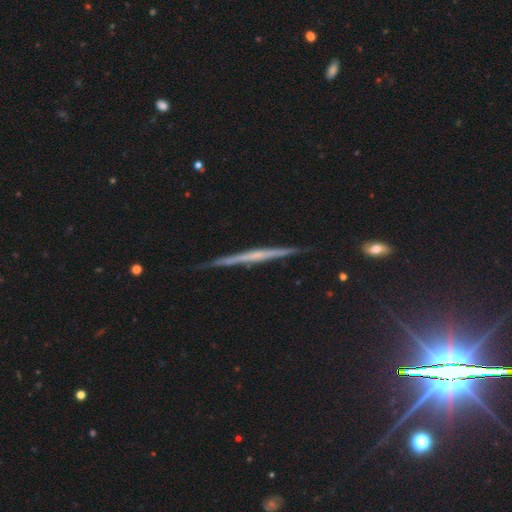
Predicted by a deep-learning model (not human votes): This appears to be a featured or disk galaxy (69%) viewed edge-on (97%) with no central bulge (70%). Merging: none (88%).